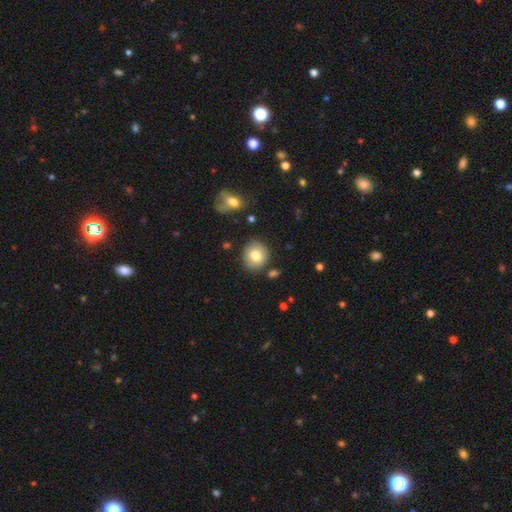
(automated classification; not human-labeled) This is likely a smooth galaxy (76%). How rounded: likely round (79%). Merging: clearly none (83%).